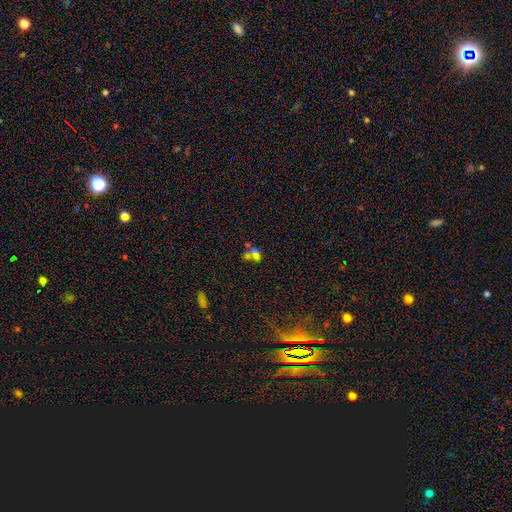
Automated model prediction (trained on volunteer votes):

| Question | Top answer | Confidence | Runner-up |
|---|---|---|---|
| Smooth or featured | smooth | 39% | star or artifact (37%) |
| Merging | merger | 40% | tied: none (40%) |